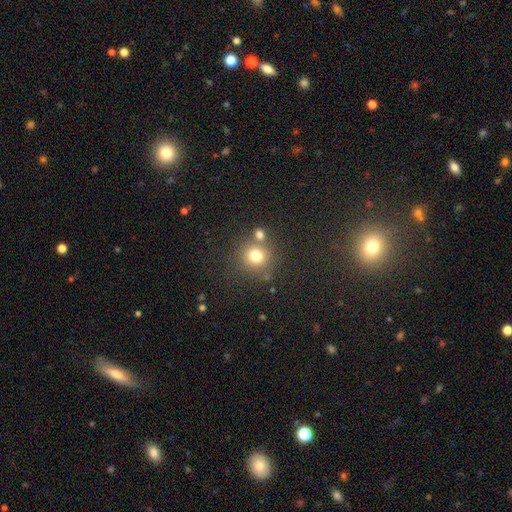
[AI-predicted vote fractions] smooth 75%, star or artifact 16%, featured or disk 9%. Down the decision tree: how rounded — round (90%); merging — none (68%).